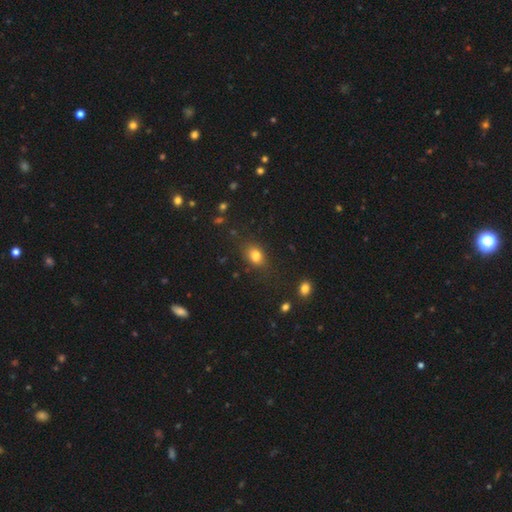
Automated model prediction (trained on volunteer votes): Overall: smooth (80%). How rounded: in between (65%; round 34%). Merging: none (77%).